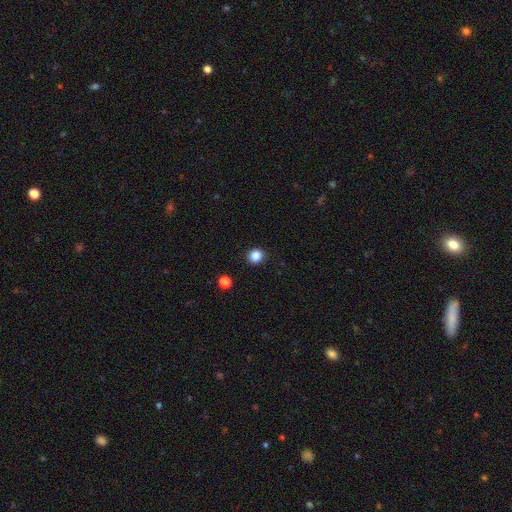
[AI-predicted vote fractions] Overall: smooth (86%). How rounded: round (87%). Merging: none (92%).